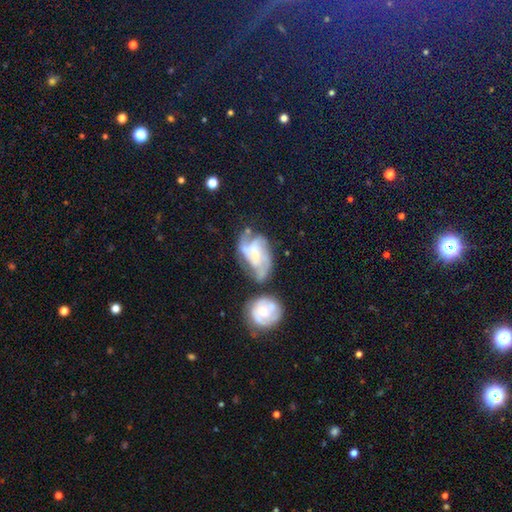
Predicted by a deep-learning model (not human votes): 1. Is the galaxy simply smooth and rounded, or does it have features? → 74% featured or disk, 18% smooth, 7% star or artifact.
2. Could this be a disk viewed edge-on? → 97% no, 3% yes.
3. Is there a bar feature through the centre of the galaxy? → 55% no, 33% weak, 12% strong.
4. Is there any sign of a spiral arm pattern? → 85% yes, 15% no.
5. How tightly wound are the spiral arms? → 44% medium, 29% tight, 28% loose.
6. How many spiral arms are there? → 32% 3, 25% can't tell, 25% 2, 9% 4, 5% 1, 4% more than 4.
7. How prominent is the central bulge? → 39% small, 30% moderate, 22% none, 8% large, 2% dominant.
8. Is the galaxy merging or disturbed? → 33% none, 25% merger, 23% major disturbance, 19% minor disturbance.